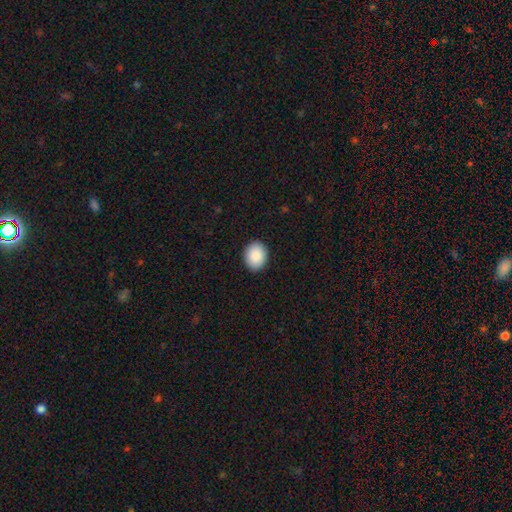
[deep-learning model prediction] This is clearly a smooth galaxy (90%). How rounded: possibly in between (56%). Merging: clearly none (91%).